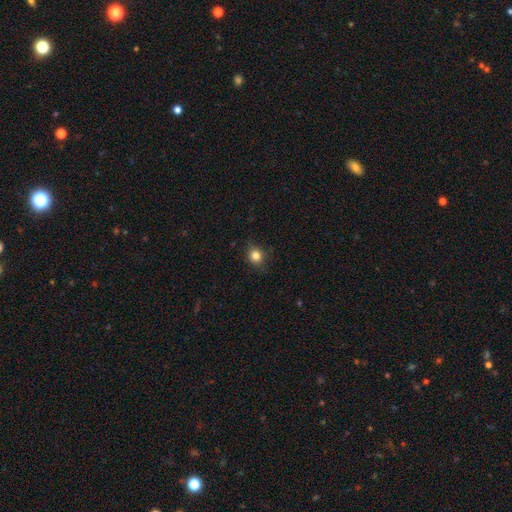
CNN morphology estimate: Overall: smooth (82%). How rounded: round (80%). Merging: none (80%).